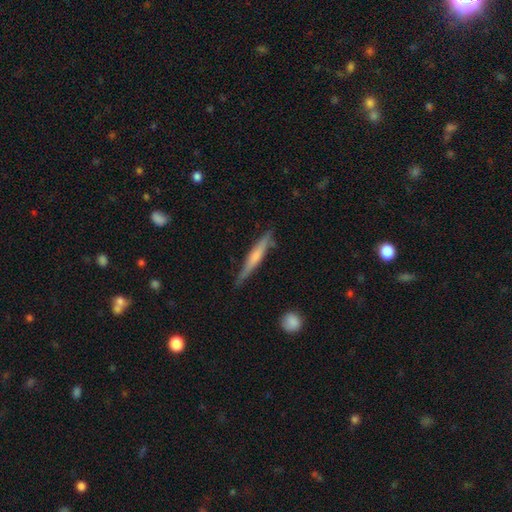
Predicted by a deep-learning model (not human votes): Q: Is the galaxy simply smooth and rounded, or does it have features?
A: featured or disk — 49%.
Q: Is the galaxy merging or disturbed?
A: none — 80%.